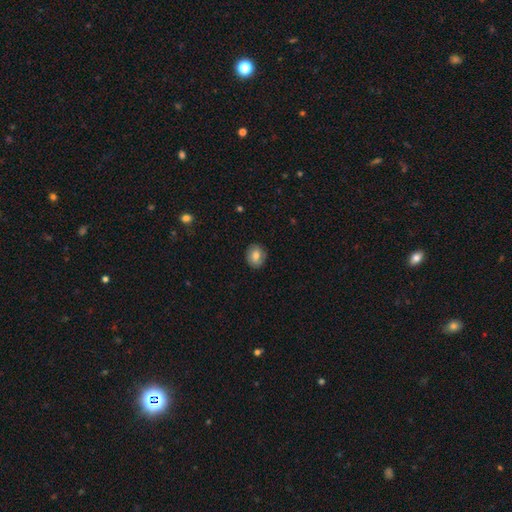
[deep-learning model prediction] Smooth or featured? Predicted: smooth (p=0.75). How rounded? Predicted: round (p=0.61). Merging? Predicted: none (p=0.86).